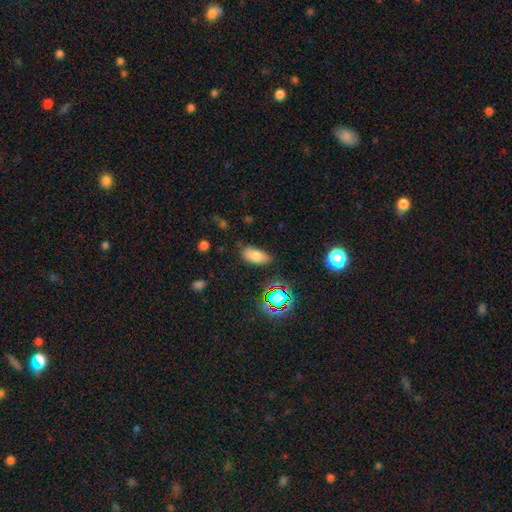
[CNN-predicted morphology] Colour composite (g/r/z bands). It shows a smooth galaxy with no disk features (76%) that is in between round and cigar-shaped (88%). Merging: none (75%).